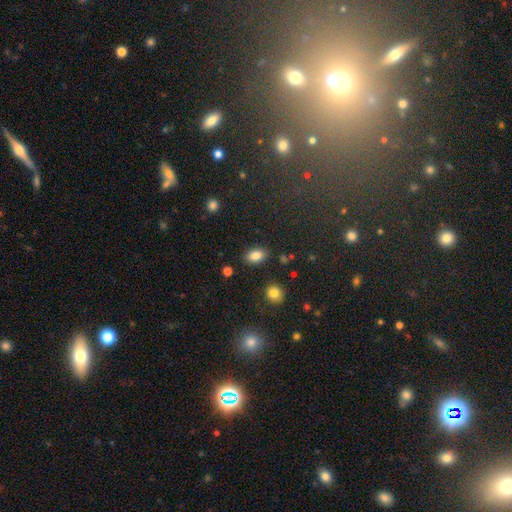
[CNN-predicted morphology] Smooth or featured: smooth — 85% (star or artifact — 9%)
How rounded: in between — 89% (round — 9%)
Merging: none — 86% (minor disturbance — 9%)